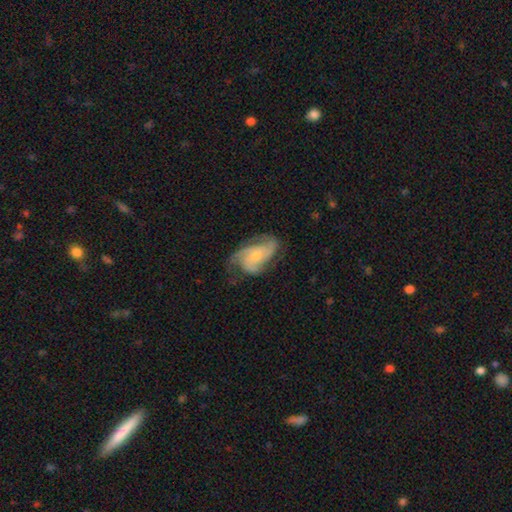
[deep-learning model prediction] Q: Smooth or featured?
A: featured or disk (80%); runner-up: smooth (14%)
Q: Edge-on disk?
A: no (97%); runner-up: yes (3%)
Q: Bar?
A: no (72%); runner-up: weak (23%)
Q: Spiral arms?
A: yes (95%); runner-up: no (5%)
Q: Spiral winding?
A: medium (48%); runner-up: tight (32%)
Q: Spiral arm count?
A: 3 (53%); runner-up: 2 (18%)
Q: Bulge size?
A: small (58%); runner-up: moderate (36%)
Q: Merging?
A: none (57%); runner-up: minor disturbance (25%)